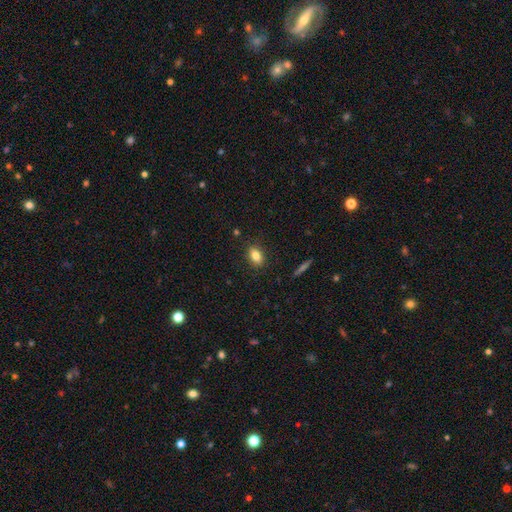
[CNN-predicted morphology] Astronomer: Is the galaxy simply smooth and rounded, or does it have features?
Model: smooth — 82%.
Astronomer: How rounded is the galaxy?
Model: in between — 83%.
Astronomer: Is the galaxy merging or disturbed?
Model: none — 86%.